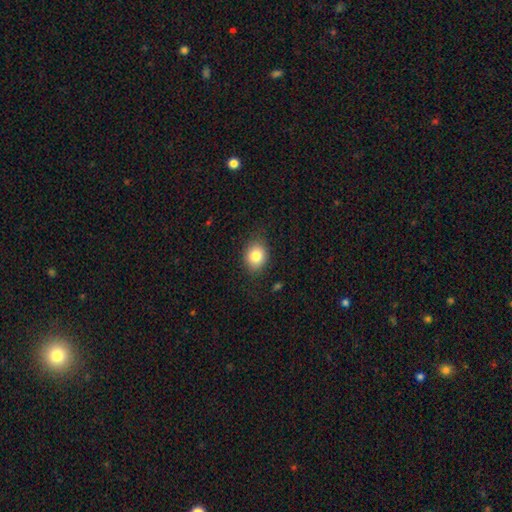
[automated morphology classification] The model was most divided on "how rounded": round: 58%, in between: 41%, cigar-shaped: 1%. More confident: merging — none (84%); smooth or featured — smooth (82%).